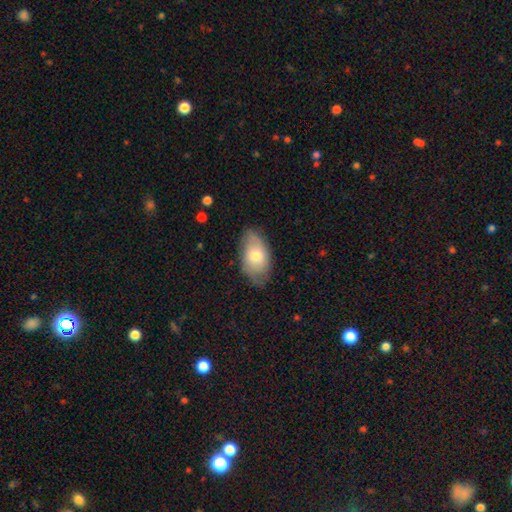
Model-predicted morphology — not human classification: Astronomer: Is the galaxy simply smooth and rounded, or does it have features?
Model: smooth — 67%.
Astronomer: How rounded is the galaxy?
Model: in between — 92%.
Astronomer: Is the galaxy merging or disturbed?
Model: none — 72%.